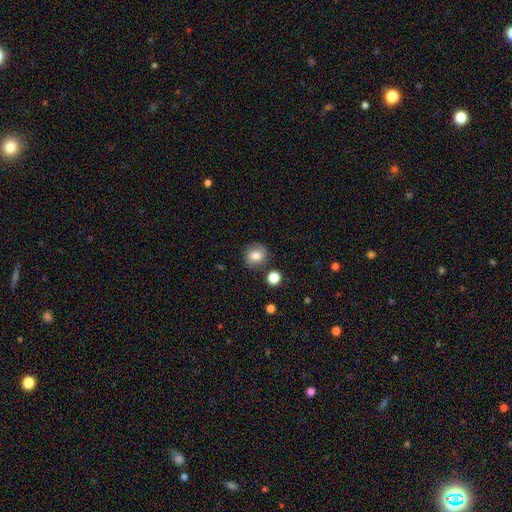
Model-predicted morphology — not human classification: Smooth or featured? smooth (78%)
How rounded? round (82%)
Merging? none (83%)